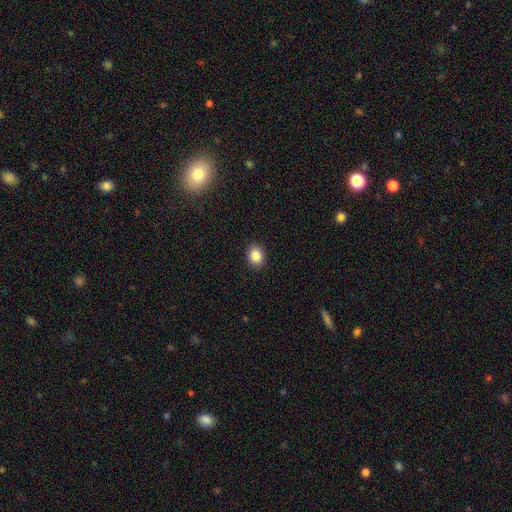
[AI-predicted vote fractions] The model was most divided on "how rounded": in between: 57%, round: 42%, cigar-shaped: 1%. More confident: merging — none (90%); smooth or featured — smooth (86%).